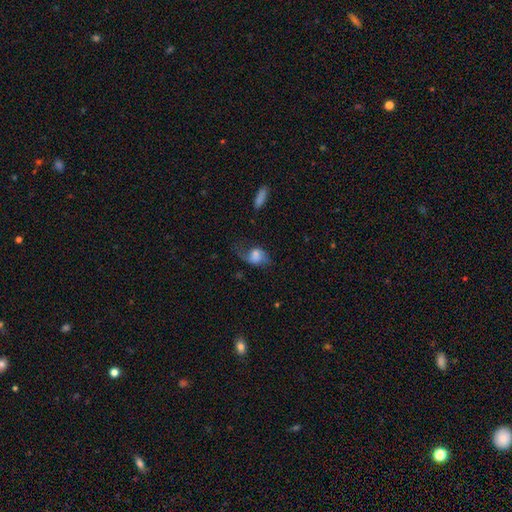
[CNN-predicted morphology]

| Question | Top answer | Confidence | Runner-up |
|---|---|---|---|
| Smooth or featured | smooth | 48% | featured or disk (42%) |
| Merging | none | 38% | major disturbance (33%) |